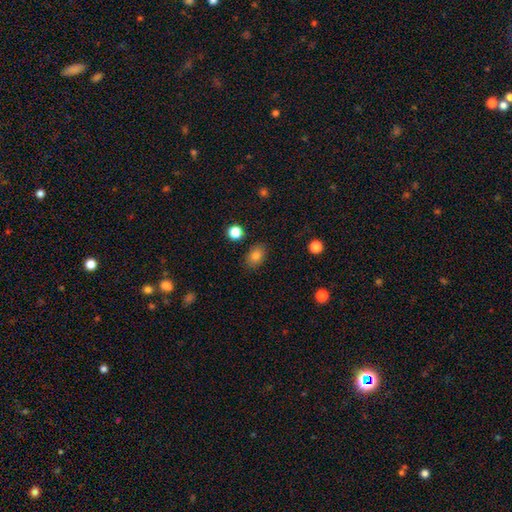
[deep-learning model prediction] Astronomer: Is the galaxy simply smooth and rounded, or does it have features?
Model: smooth — 82%.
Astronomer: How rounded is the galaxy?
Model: in between — 74%.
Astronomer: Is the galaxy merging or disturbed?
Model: none — 86%.